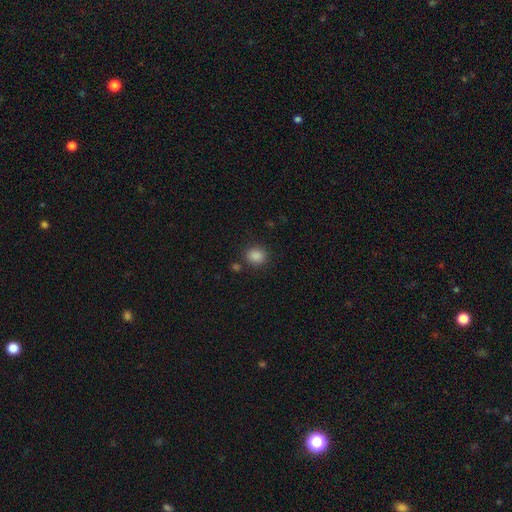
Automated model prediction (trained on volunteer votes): The model was most divided on "how rounded": round: 83%, in between: 16%, cigar-shaped: 1%. More confident: smooth or featured — smooth (86%); merging — none (84%).